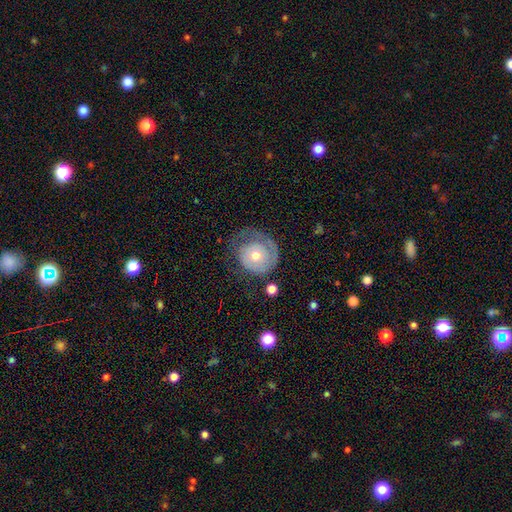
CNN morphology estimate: A featured or disk galaxy (57%) with no bar (85%), spiral arms (70%) and a moderate central bulge (61%).

Vote fractions:
- Smooth or featured? featured or disk: 57% / smooth: 37% / star or artifact: 6%
- Edge-on disk? no: 97% / yes: 3%
- Bar? no: 85% / weak: 12% / strong: 2%
- Spiral arms? yes: 70% / no: 30%
- Bulge size? moderate: 61% / small: 32% / large: 4% / none: 1% / dominant: 1%
- Merging? none: 48% / major disturbance: 26% / minor disturbance: 23% / merger: 3%